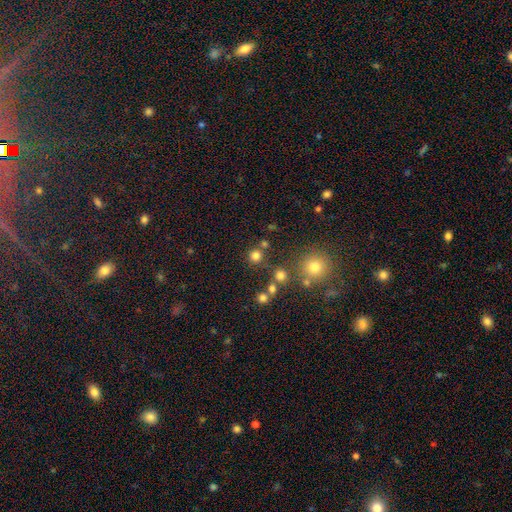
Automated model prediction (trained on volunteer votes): smooth_or_featured: smooth (p=0.77) [alt: star or artifact p=0.17]
how_rounded: round (p=0.92) [alt: in between p=0.07]
merging: none (p=0.76) [alt: merger p=0.12]